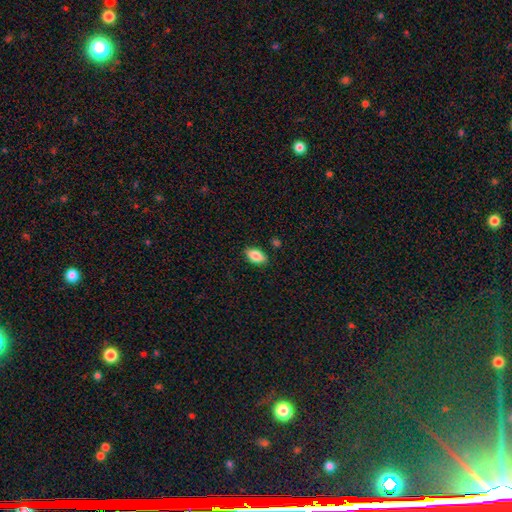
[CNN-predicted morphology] Overall: smooth (83%). How rounded: in between (90%). Merging: none (85%).